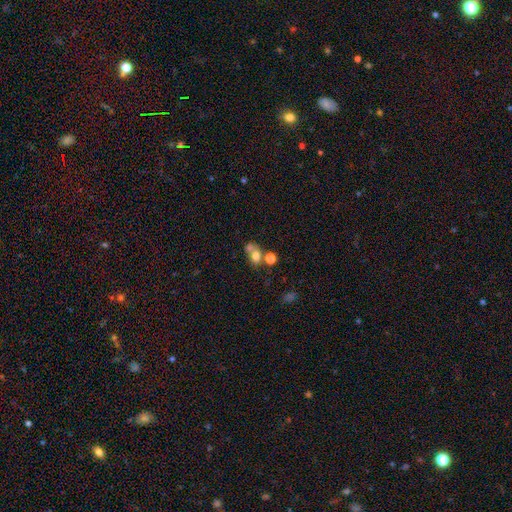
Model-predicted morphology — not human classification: smooth-or-featured: smooth: 69% | featured or disk: 17% | star or artifact: 14%
  how-rounded: round: 58% | in between: 41% | cigar-shaped: 1%
  merging: merger: 51% | none: 33% | minor disturbance: 9% | major disturbance: 7%